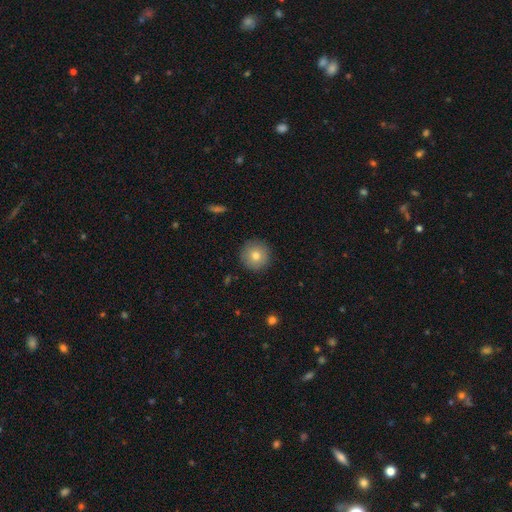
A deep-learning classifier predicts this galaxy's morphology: smooth 77%, featured or disk 13%, star or artifact 9%. Down the decision tree: how rounded — round (96%); merging — none (91%).